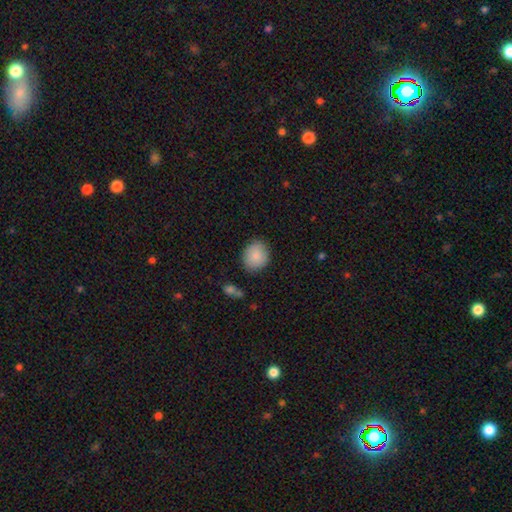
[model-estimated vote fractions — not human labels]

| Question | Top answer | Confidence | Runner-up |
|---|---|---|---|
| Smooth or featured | smooth | 88% | star or artifact (7%) |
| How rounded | round | 72% | in between (27%) |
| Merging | none | 84% | minor disturbance (12%) |